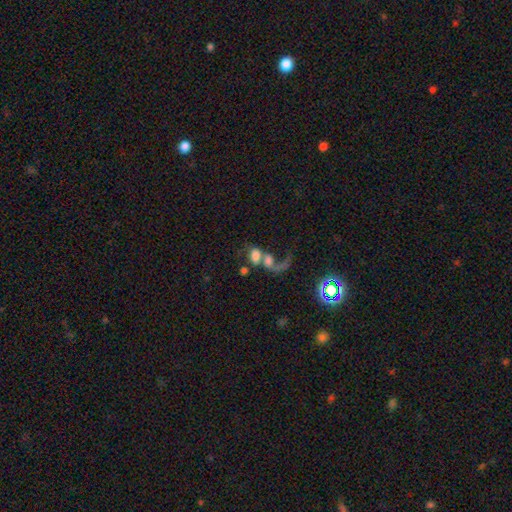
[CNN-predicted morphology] A smooth galaxy with no disk features (47%). Merging: merger (63%).